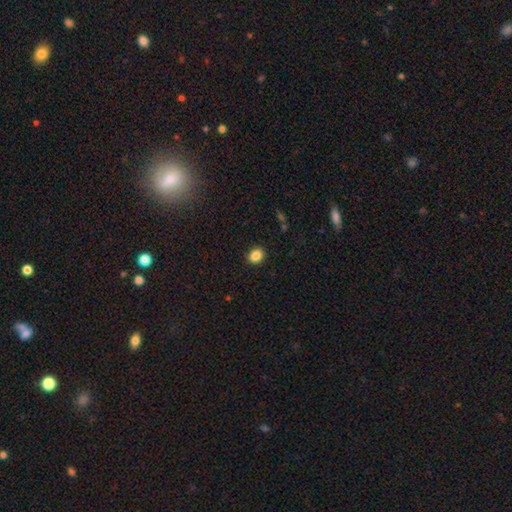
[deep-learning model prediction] This appears to be a smooth galaxy with no disk features (86%) that is round (61%). Merging: none (90%).